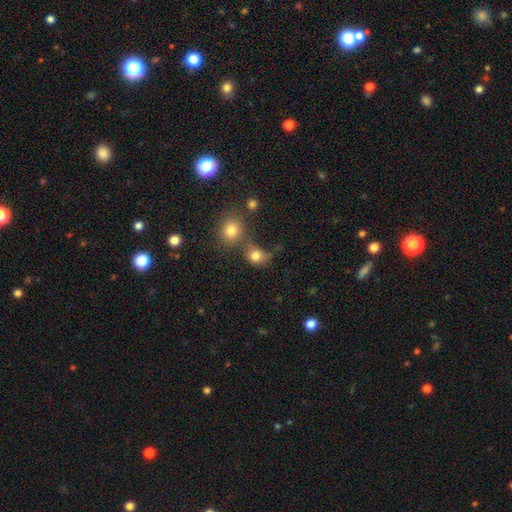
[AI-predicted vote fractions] smooth 79%, star or artifact 13%, featured or disk 9%. Down the decision tree: how rounded — round (66%); merging — none (43%).